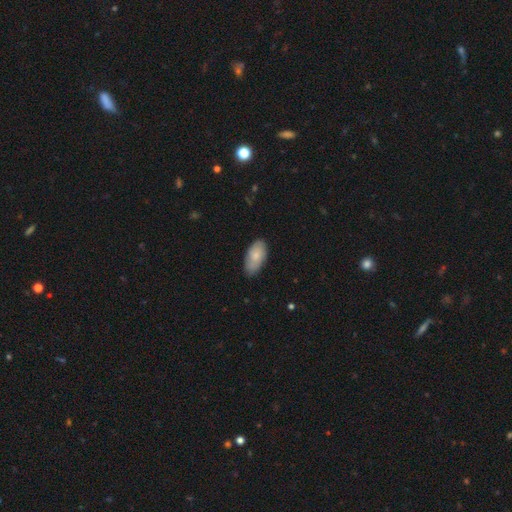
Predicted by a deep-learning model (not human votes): Smooth or featured? smooth (75%)
How rounded? in between (93%)
Merging? none (79%)